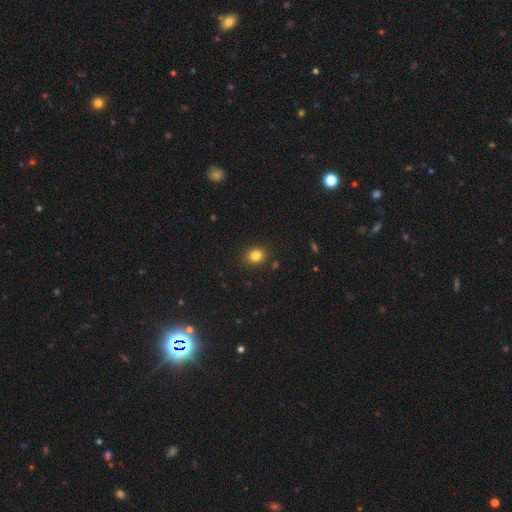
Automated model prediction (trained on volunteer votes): This appears to be a smooth galaxy with no disk features (83%) that is round (65%). Merging: none (88%).